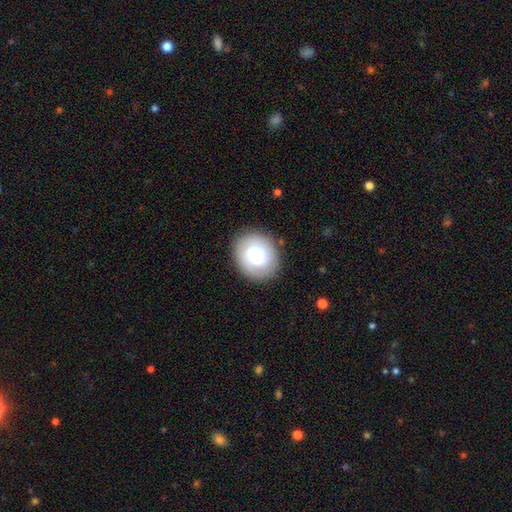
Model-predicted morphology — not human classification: smooth-or-featured: smooth: 63% | featured or disk: 29% | star or artifact: 8%
  how-rounded: round: 66% | in between: 33% | cigar-shaped: 1%
  merging: none: 84% | minor disturbance: 11% | major disturbance: 4% | merger: 2%